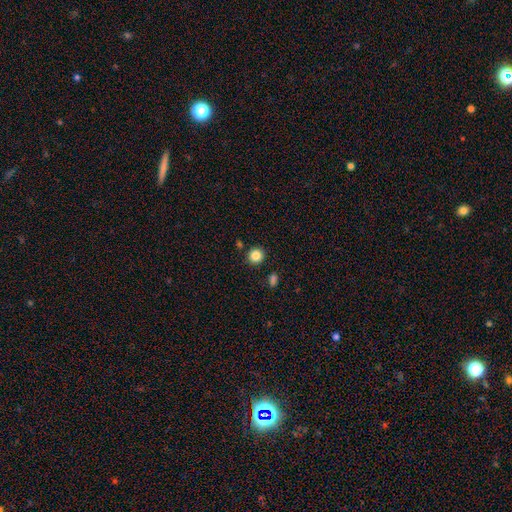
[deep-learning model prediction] A smooth galaxy with no disk features (86%) that is round (90%). Merging: none (88%).